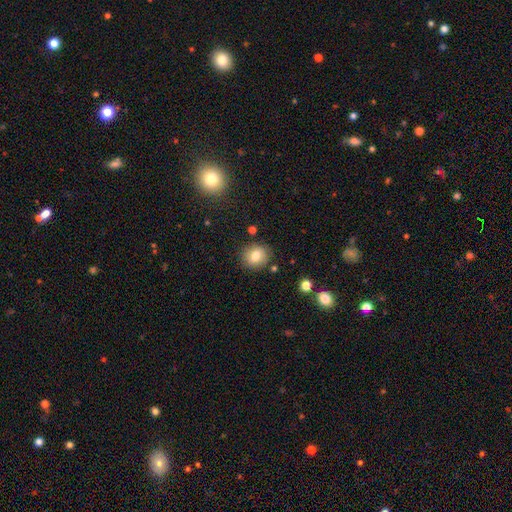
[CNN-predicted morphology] type=smooth (79%); roundness=round (80%); merging=none (85%).